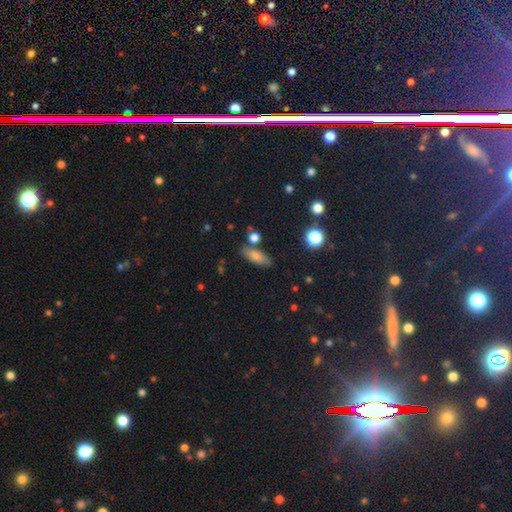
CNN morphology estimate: Q: Smooth or featured?
A: smooth (74%); runner-up: featured or disk (16%)
Q: How rounded?
A: in between (68%); runner-up: cigar-shaped (27%)
Q: Merging?
A: none (77%); runner-up: minor disturbance (13%)